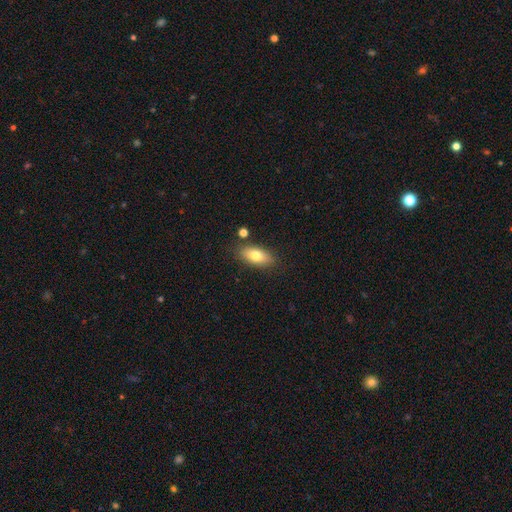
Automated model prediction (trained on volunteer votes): A smooth galaxy with no disk features (76%) that is in between round and cigar-shaped (86%).

Vote fractions:
- Smooth or featured? smooth: 76% / featured or disk: 17% / star or artifact: 7%
- How rounded? in between: 86% / cigar-shaped: 9% / round: 5%
- Merging? none: 82% / minor disturbance: 11% / merger: 4% / major disturbance: 3%